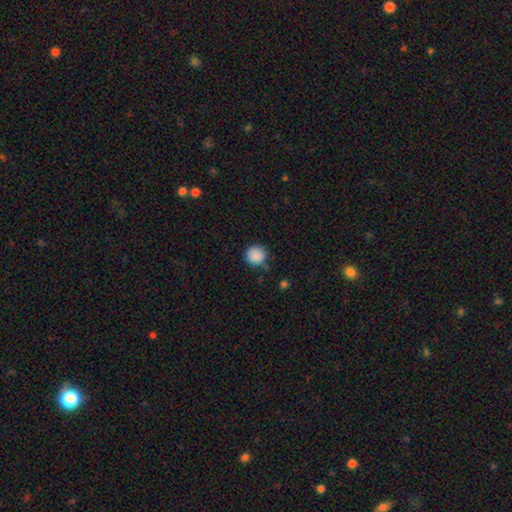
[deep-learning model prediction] smooth_or_featured: smooth (p=0.88) [alt: star or artifact p=0.09]
how_rounded: round (p=0.91) [alt: in between p=0.08]
merging: none (p=0.78) [alt: minor disturbance p=0.16]